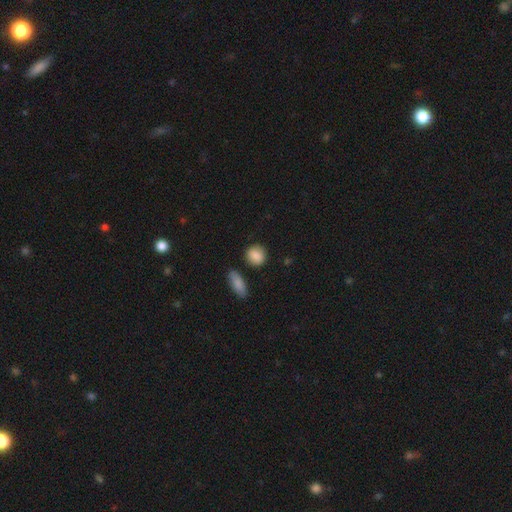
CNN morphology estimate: Smooth or featured? Predicted: smooth (p=0.87). How rounded? Predicted: round (p=0.73). Merging? Predicted: none (p=0.81).